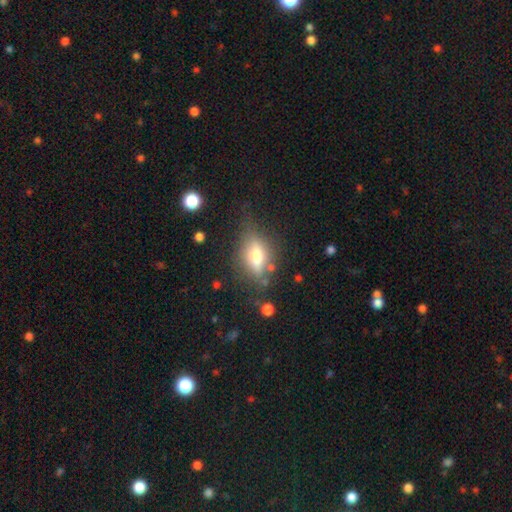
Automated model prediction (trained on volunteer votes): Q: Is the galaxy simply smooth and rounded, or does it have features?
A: smooth — 46%.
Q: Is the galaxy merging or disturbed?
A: none — 64%.